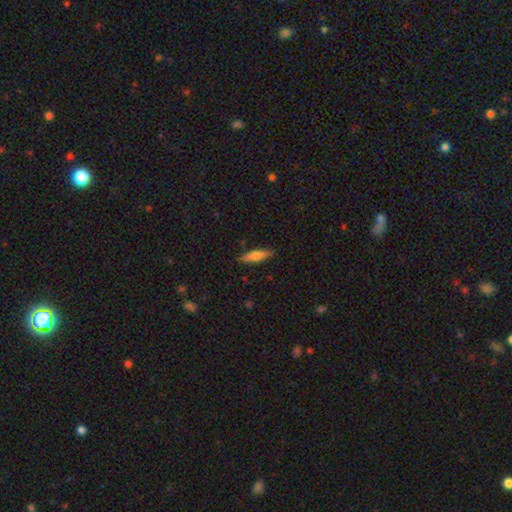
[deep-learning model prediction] A smooth galaxy with no disk features (69%) that is cigar-shaped (70%).

Vote fractions:
- Smooth or featured? smooth: 69% / featured or disk: 25% / star or artifact: 6%
- How rounded? cigar-shaped: 70% / in between: 28% / round: 2%
- Merging? none: 86% / minor disturbance: 10% / major disturbance: 2% / merger: 1%